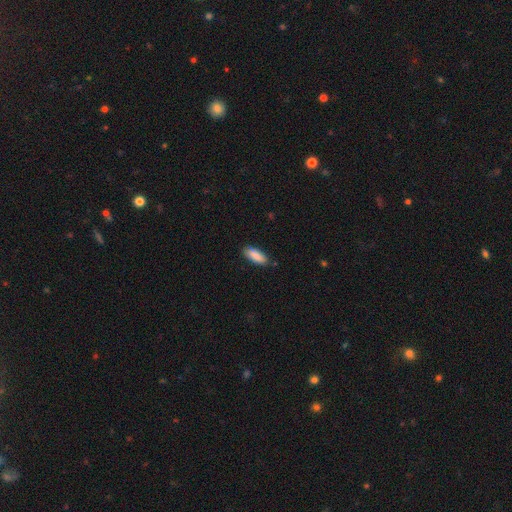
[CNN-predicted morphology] smooth 88%, featured or disk 6%, star or artifact 6%. Down the decision tree: how rounded — in between (71%); merging — none (82%).